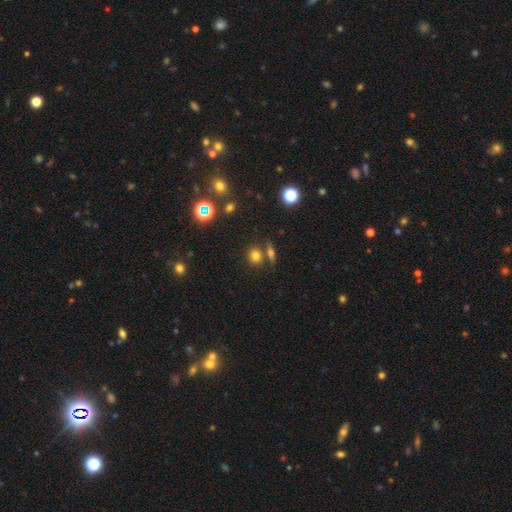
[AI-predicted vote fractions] Smooth or featured: smooth — 73% (star or artifact — 17%)
How rounded: round — 64% (in between — 32%)
Merging: none — 66% (merger — 21%)